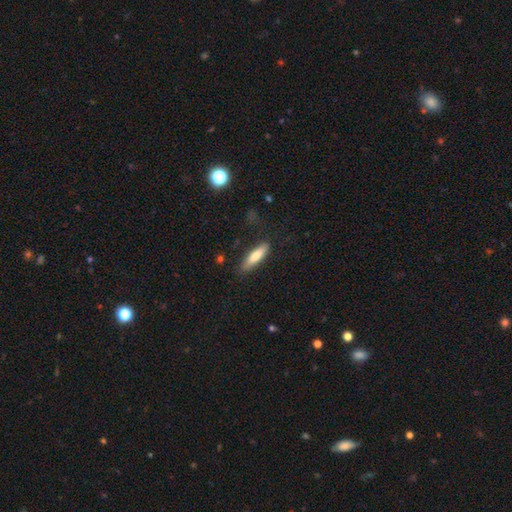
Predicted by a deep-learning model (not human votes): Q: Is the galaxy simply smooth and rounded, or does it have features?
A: smooth — 73%.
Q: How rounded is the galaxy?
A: cigar-shaped — 69%.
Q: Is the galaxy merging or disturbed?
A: none — 83%.